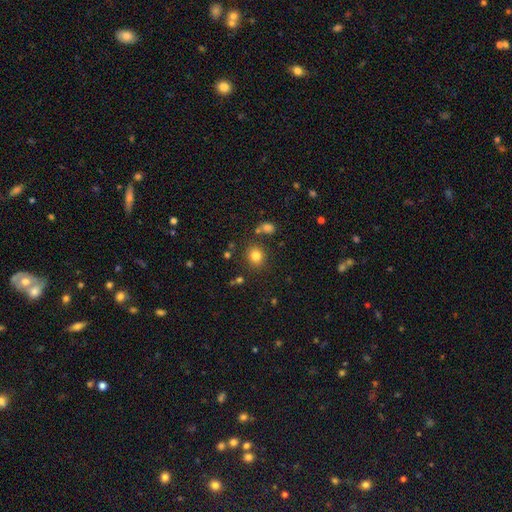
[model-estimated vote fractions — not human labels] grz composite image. It shows a smooth galaxy with no disk features (80%) that is round (76%). Merging: none (82%).